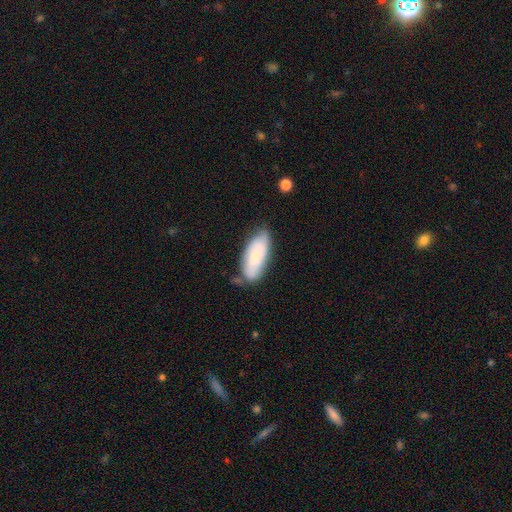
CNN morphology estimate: A smooth galaxy with no disk features (65%) that is in between round and cigar-shaped (81%).

Vote fractions:
- Smooth or featured? smooth: 65% / featured or disk: 28% / star or artifact: 7%
- How rounded? in between: 81% / cigar-shaped: 17% / round: 2%
- Merging? none: 63% / minor disturbance: 27% / major disturbance: 6% / merger: 5%